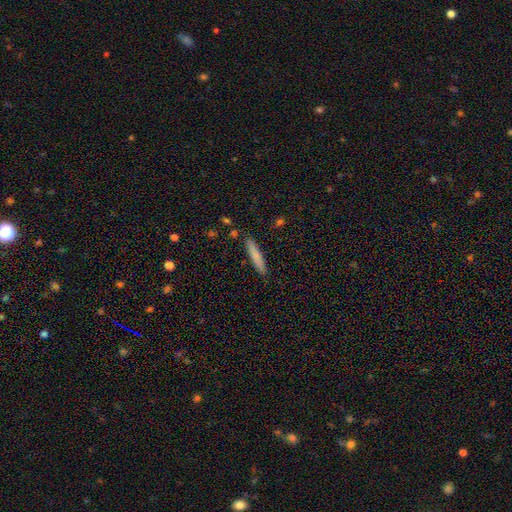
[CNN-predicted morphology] smooth 76%, featured or disk 18%, star or artifact 6%. Down the decision tree: how rounded — cigar-shaped (92%); merging — none (88%).